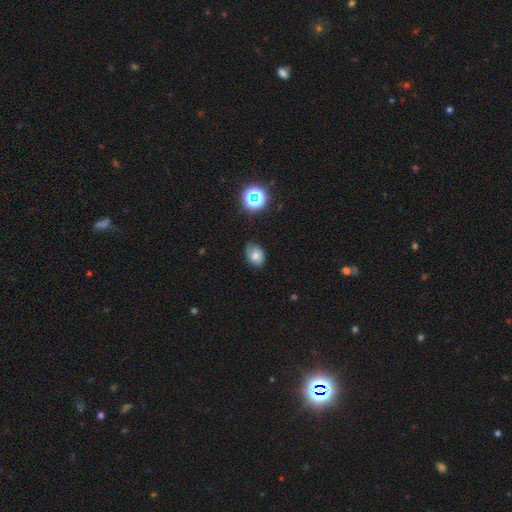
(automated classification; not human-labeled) A smooth galaxy with no disk features (67%) that is in between round and cigar-shaped (70%).

Vote fractions:
- Smooth or featured? smooth: 67% / featured or disk: 18% / star or artifact: 15%
- How rounded? in between: 70% / round: 29% / cigar-shaped: 1%
- Merging? none: 71% / minor disturbance: 23% / major disturbance: 5% / merger: 2%